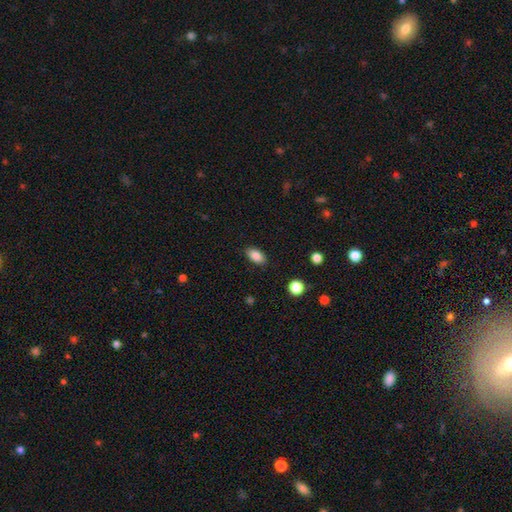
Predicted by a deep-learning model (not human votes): smooth-or-featured: smooth: 87% | star or artifact: 9% | featured or disk: 5%
  how-rounded: in between: 90% | round: 6% | cigar-shaped: 4%
  merging: none: 87% | minor disturbance: 9% | major disturbance: 3% | merger: 1%